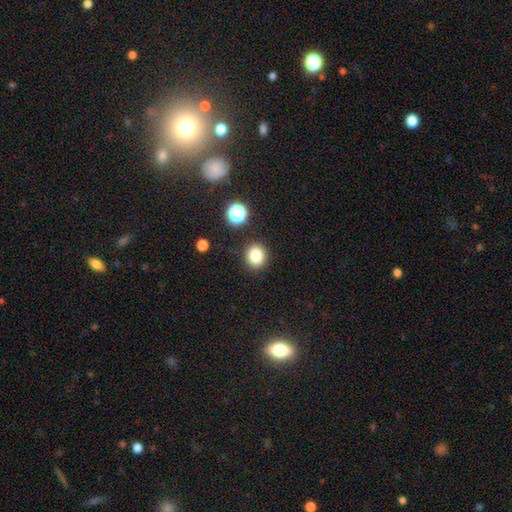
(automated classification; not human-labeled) This appears to be a smooth galaxy with no disk features (82%) that is round (83%). Merging: none (88%).